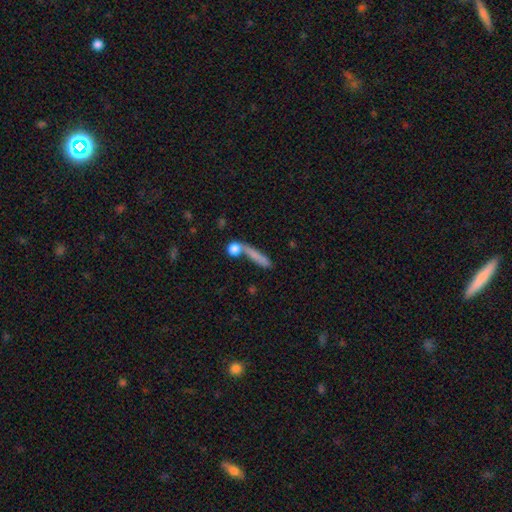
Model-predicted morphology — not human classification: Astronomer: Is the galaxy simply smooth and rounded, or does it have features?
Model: smooth — 68%.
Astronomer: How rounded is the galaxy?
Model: cigar-shaped — 76%.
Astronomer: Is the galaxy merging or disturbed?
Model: none — 53%.